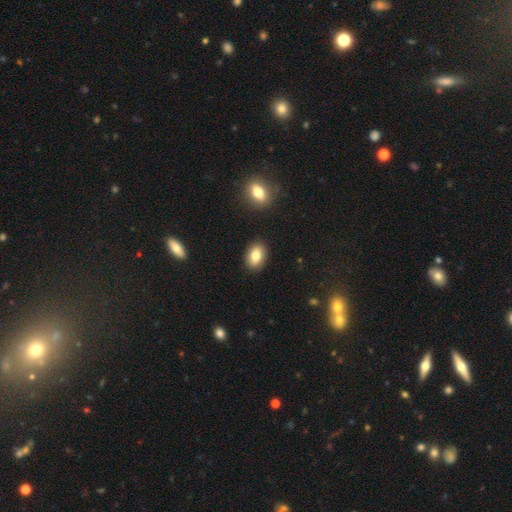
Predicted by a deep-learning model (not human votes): Overall: smooth (80%). How rounded: in between (85%). Merging: none (88%).